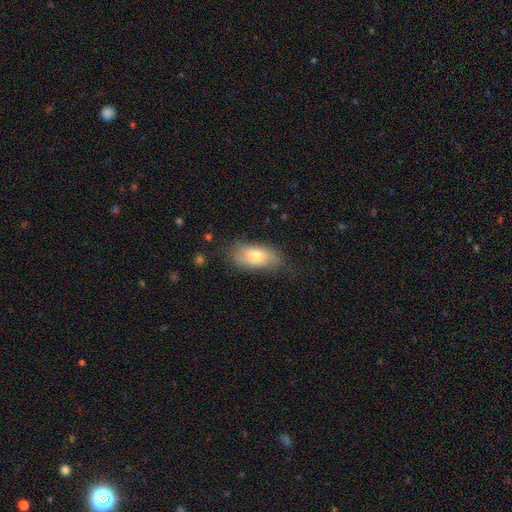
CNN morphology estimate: This is likely a smooth galaxy (70%). How rounded: clearly in between (88%). Merging: likely none (67%).